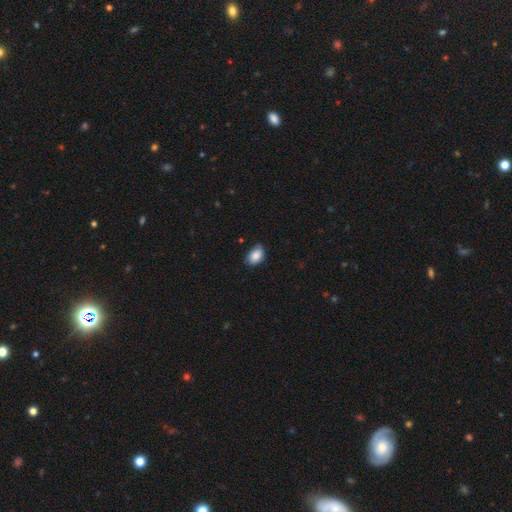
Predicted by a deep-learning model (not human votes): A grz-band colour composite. It shows a smooth galaxy with no disk features (87%) that is in between round and cigar-shaped (87%). Merging: none (70%).